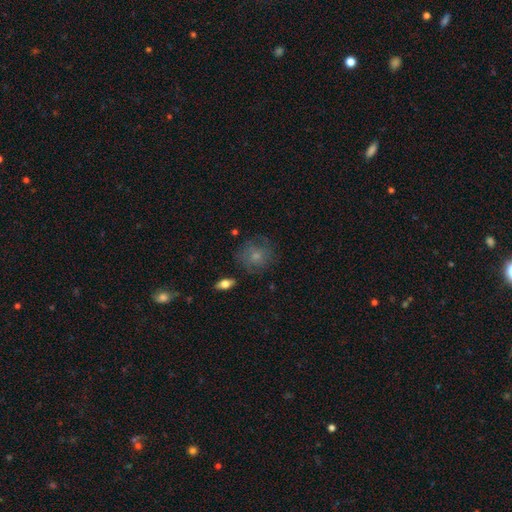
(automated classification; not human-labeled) Smooth or featured? Predicted: smooth (p=0.66). How rounded? Predicted: round (p=0.83). Merging? Predicted: none (p=0.68).